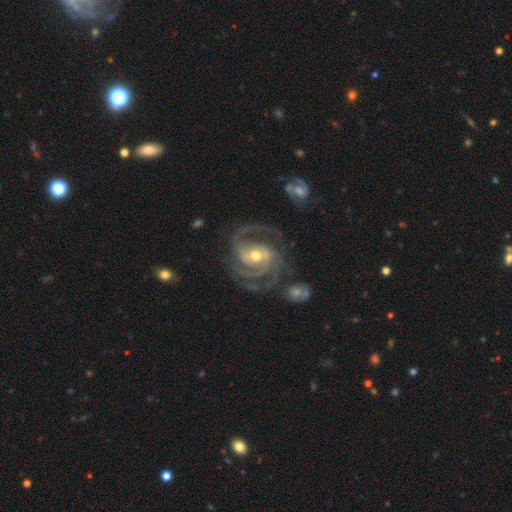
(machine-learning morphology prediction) smooth-or-featured: featured or disk: 93% | star or artifact: 4% | smooth: 3%
  disk-edge-on: no: 98% | yes: 2%
    bar: weak: 40% | strong: 33% | no: 27%
    has-spiral-arms: yes: 98% | no: 2%
      spiral-winding: tight: 50% | medium: 43% | loose: 7%
      spiral-arm-count: 3: 44% | 2: 26% | 4: 11% | can't tell: 9% | 1: 5% | more than 4: 5%
    bulge-size: moderate: 61% | small: 34% | large: 3% | none: 1% | dominant: 1%
  merging: none: 69% | minor disturbance: 16% | major disturbance: 10% | merger: 4%